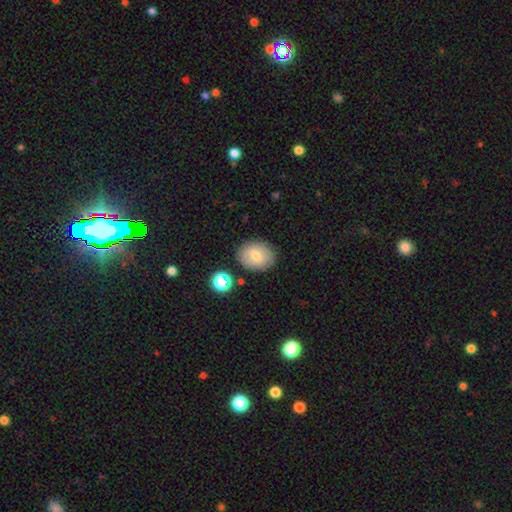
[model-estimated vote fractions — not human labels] This is likely a smooth galaxy (70%). How rounded: possibly round (49%, tied with in between). Merging: clearly none (84%).